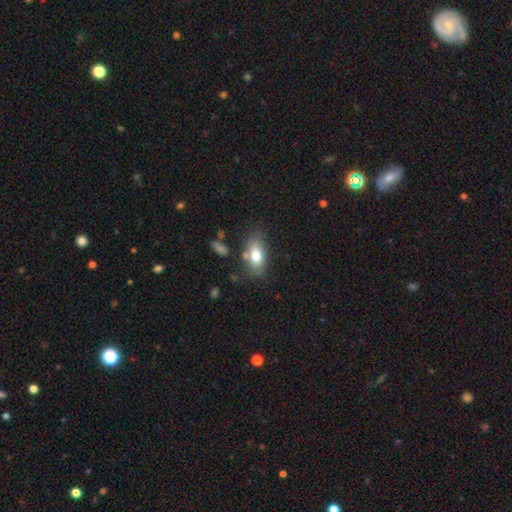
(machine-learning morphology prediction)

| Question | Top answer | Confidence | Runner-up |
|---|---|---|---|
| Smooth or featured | smooth | 74% | featured or disk (18%) |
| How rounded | in between | 88% | round (9%) |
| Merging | none | 65% | minor disturbance (20%) |